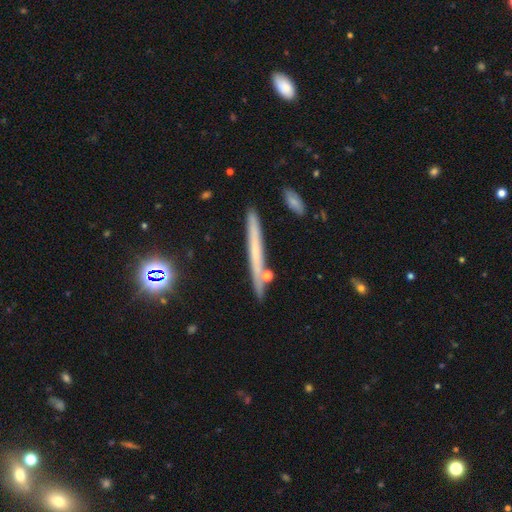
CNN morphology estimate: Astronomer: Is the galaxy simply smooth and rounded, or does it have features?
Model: featured or disk — 48% (runner-up: smooth, 40%).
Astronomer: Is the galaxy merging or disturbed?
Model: none — 83%.